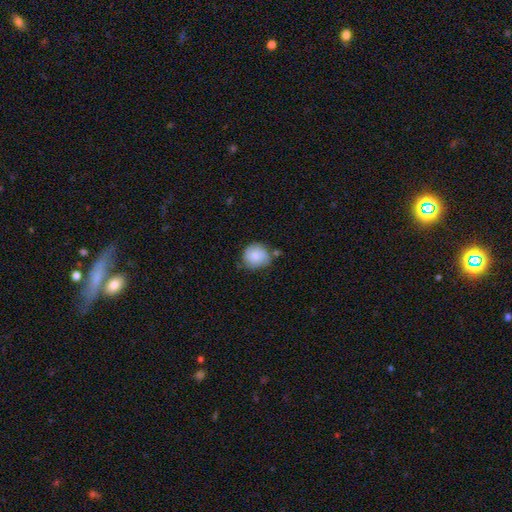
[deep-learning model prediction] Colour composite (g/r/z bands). It shows a smooth galaxy with no disk features (75%) that is round (86%). Merging: none (61%).